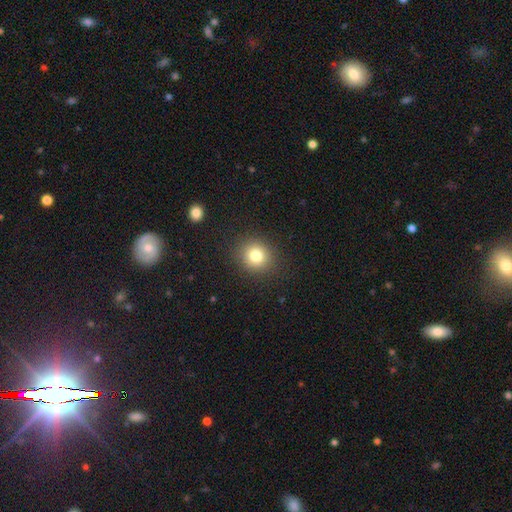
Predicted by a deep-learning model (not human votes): This is clearly a smooth galaxy (80%). How rounded: clearly round (83%). Merging: clearly none (89%).